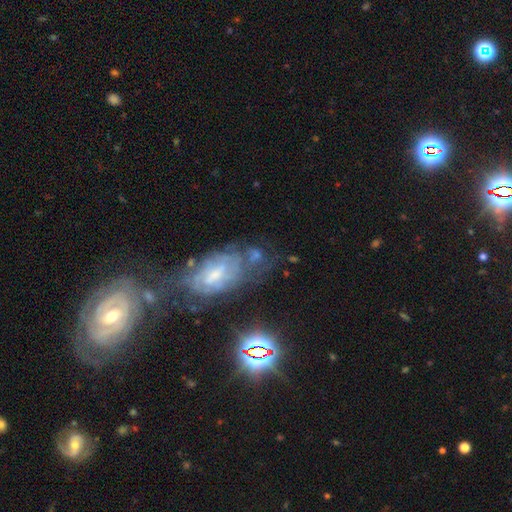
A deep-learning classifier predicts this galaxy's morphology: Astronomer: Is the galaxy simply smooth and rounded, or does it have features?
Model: featured or disk — 62%.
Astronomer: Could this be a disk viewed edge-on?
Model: no — 92%.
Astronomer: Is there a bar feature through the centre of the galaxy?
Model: weak — 44% (runner-up: no, 42%).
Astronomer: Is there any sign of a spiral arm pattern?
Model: yes — 70%.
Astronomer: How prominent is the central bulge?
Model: small — 42% (runner-up: moderate, 38%).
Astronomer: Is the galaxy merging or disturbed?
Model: none — 46% (runner-up: minor disturbance, 22%).